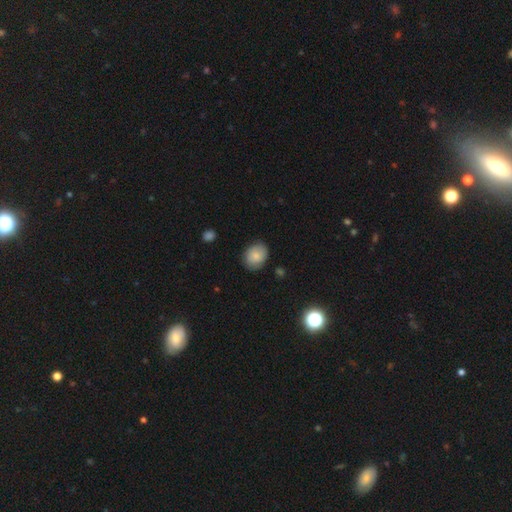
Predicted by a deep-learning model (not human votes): The model was most divided on "how rounded": in between: 53%, round: 46%, cigar-shaped: 1%. More confident: merging — none (79%); smooth or featured — smooth (78%).